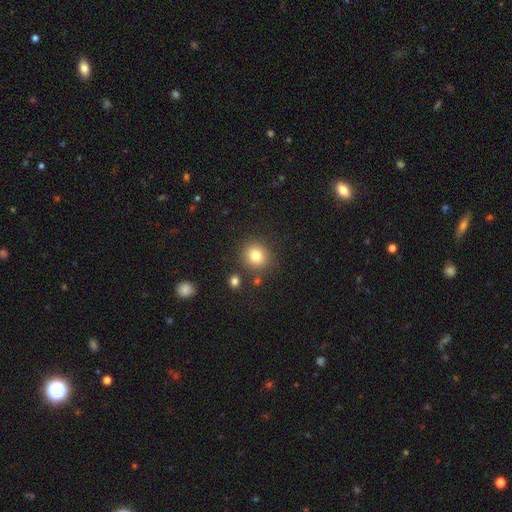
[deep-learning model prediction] This appears to be a smooth galaxy with no disk features (81%) that is round (87%). Merging: none (84%).